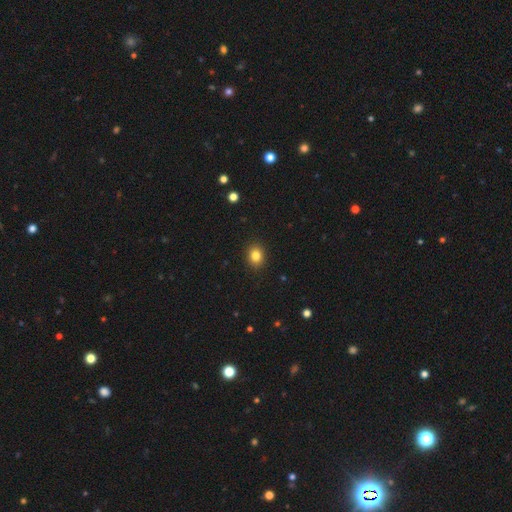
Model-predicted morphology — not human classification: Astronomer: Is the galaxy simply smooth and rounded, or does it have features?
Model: smooth — 83%.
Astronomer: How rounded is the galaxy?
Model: round — 59% (runner-up: in between, 40%).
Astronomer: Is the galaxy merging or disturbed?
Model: none — 91%.